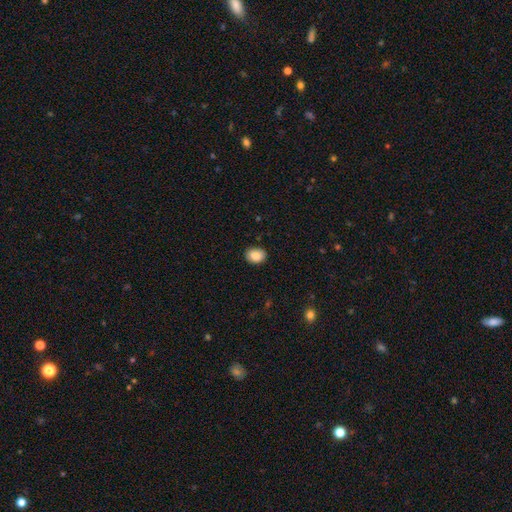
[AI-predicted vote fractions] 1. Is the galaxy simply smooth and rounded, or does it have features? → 88% smooth, 8% star or artifact, 4% featured or disk.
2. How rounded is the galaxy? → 63% in between, 36% round, 1% cigar-shaped.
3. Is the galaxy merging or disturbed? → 88% none, 9% minor disturbance, 2% major disturbance, 1% merger.